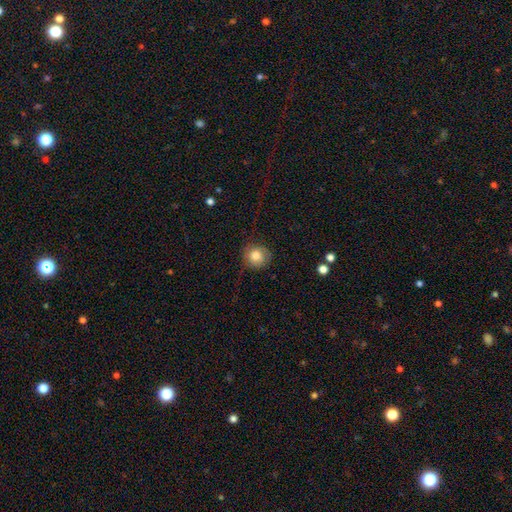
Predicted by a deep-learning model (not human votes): smooth-or-featured: smooth: 80% | featured or disk: 10% | star or artifact: 9%
  how-rounded: round: 90% | in between: 9% | cigar-shaped: 1%
  merging: none: 80% | minor disturbance: 14% | major disturbance: 5% | merger: 1%